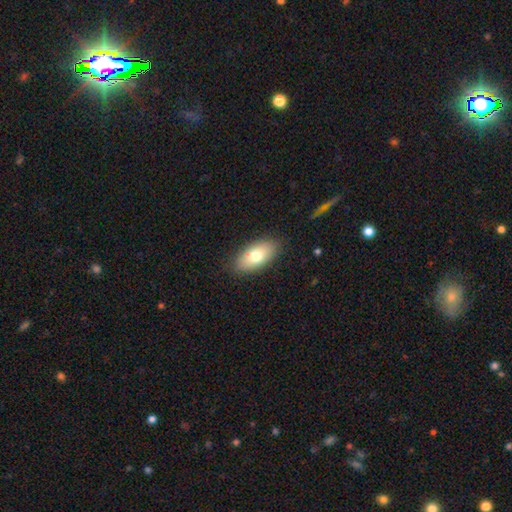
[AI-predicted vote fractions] Smooth or featured: smooth — 72% (featured or disk — 21%)
How rounded: in between — 89% (cigar-shaped — 6%)
Merging: none — 86% (minor disturbance — 10%)